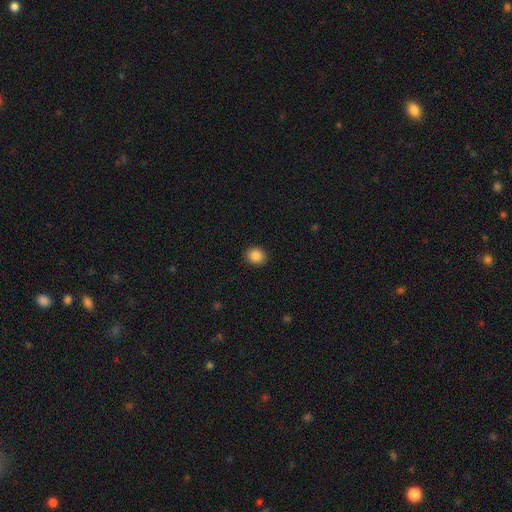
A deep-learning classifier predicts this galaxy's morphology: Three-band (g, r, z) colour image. It shows a smooth galaxy with no disk features (87%) that is round (69%). Merging: none (91%).